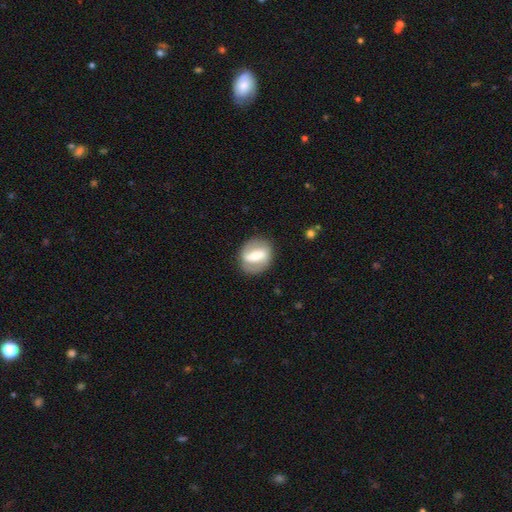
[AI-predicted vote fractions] Smooth or featured? featured or disk (64%)
Edge-on disk? no (94%)
Bar? strong (52%)
Spiral arms? yes (64%)
Bulge size? moderate (62%)
Merging? none (82%)